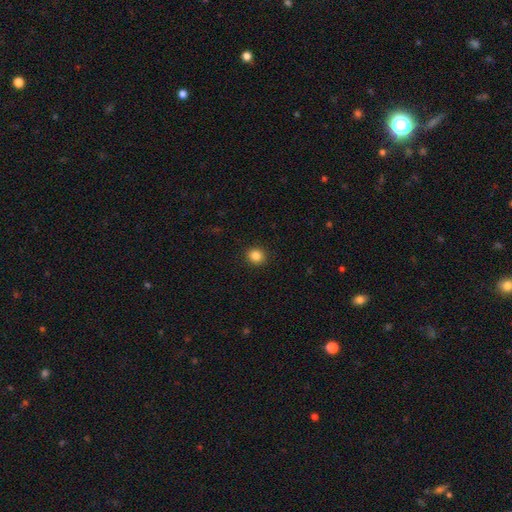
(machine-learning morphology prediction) Smooth or featured? smooth (85%)
How rounded? round (86%)
Merging? none (92%)